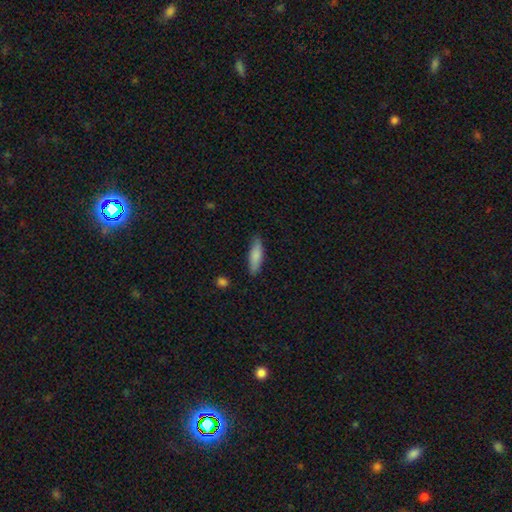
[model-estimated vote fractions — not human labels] This is clearly a smooth galaxy (80%). How rounded: possibly cigar-shaped (58%). Merging: clearly none (83%).